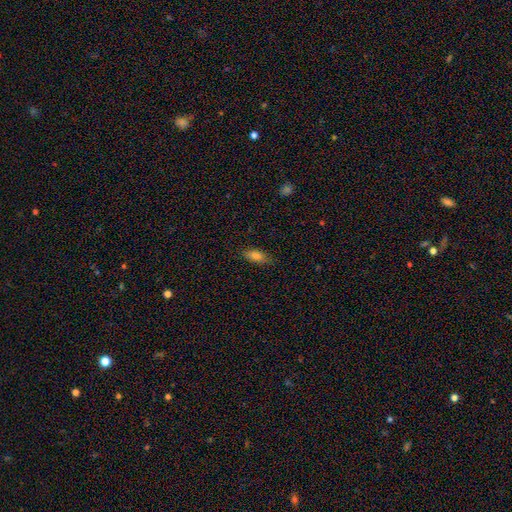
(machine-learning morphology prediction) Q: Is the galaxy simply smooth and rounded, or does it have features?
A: smooth — 78%.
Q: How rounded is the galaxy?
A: in between — 80%.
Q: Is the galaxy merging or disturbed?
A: none — 82%.